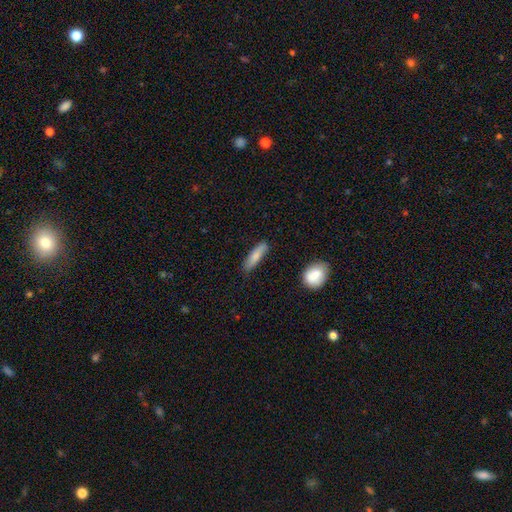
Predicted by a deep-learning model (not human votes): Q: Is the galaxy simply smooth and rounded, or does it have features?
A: smooth — 82%.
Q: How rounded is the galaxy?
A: cigar-shaped — 68%.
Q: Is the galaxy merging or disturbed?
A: none — 79%.